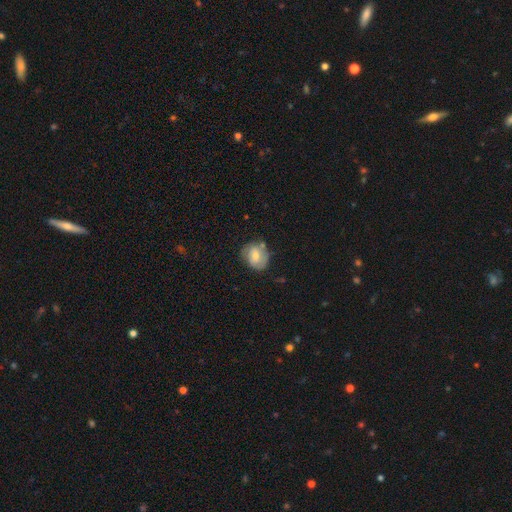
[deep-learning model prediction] Smooth or featured: smooth — 53% (featured or disk — 39%)
How rounded: round — 60% (in between — 39%)
Merging: none — 60% (minor disturbance — 26%)